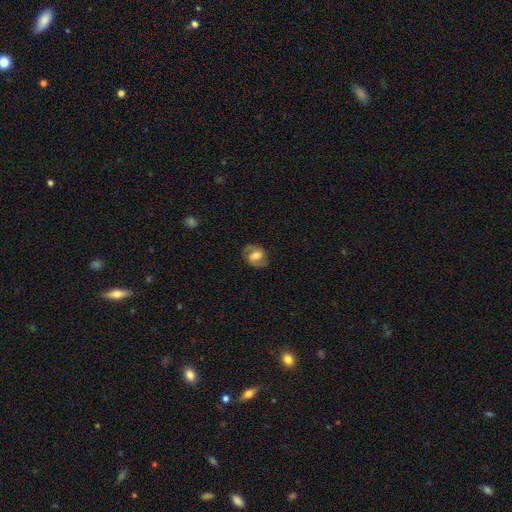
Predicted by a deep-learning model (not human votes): Overall: featured or disk (51%; smooth 40%). Edge-on disk: no (96%). Merging: none (75%).